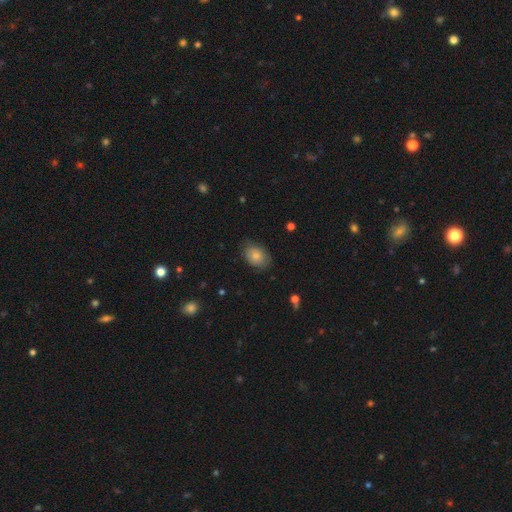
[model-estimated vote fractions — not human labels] smooth_or_featured: smooth (p=0.80) [alt: featured or disk p=0.13]
how_rounded: in between (p=0.70) [alt: round p=0.29]
merging: none (p=0.73) [alt: minor disturbance p=0.21]